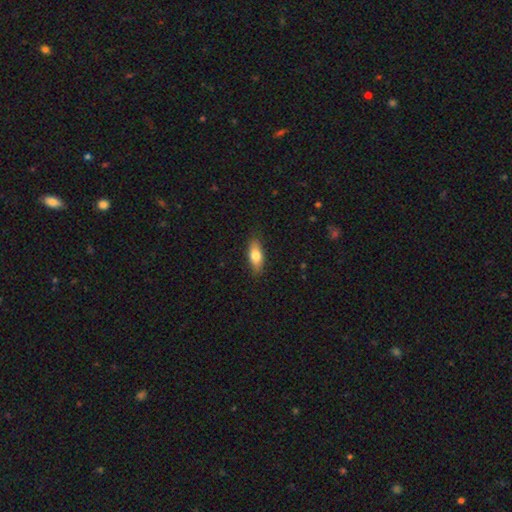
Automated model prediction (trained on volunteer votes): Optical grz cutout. It shows a smooth galaxy with no disk features (76%) that is in between round and cigar-shaped (79%). Merging: none (84%).